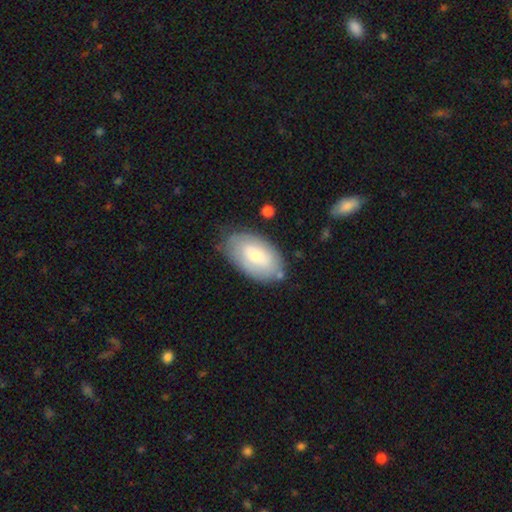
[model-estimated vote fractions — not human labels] Smooth or featured: smooth — 60% (featured or disk — 34%)
How rounded: in between — 94% (round — 4%)
Merging: none — 74% (minor disturbance — 19%)